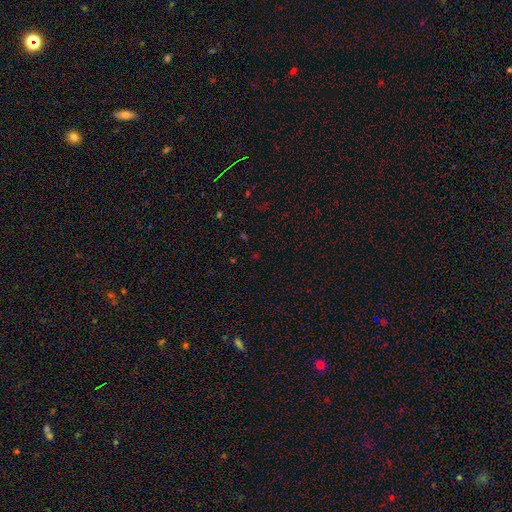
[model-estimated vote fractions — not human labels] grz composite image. It shows a star or artifact, not a galaxy (61%).